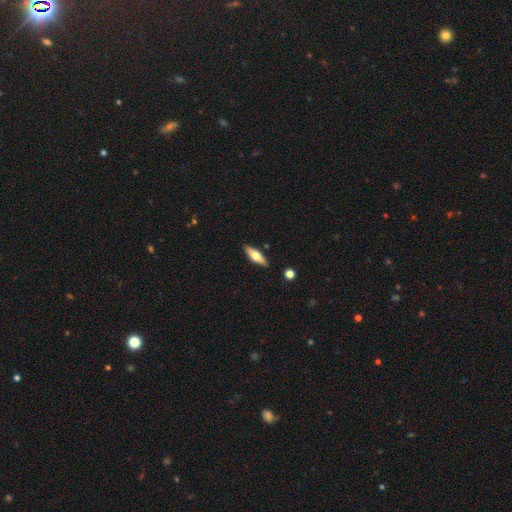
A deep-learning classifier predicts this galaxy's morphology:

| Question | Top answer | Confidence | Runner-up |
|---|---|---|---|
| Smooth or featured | smooth | 52% | featured or disk (42%) |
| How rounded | in between | 51% | cigar-shaped (46%) |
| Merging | none | 88% | minor disturbance (8%) |